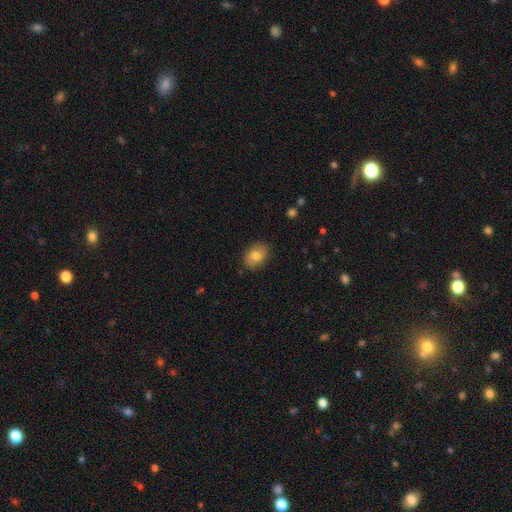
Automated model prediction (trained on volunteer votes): smooth 81%, featured or disk 11%, star or artifact 8%. Down the decision tree: how rounded — in between (77%); merging — none (86%).